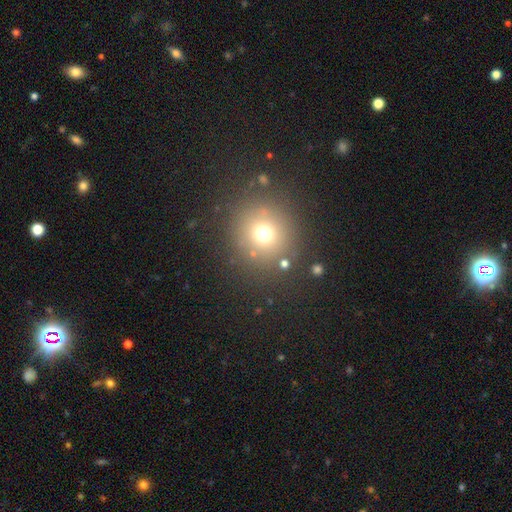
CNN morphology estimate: Smooth or featured? Predicted: smooth (p=0.62). How rounded? Predicted: round (p=0.92). Merging? Predicted: none (p=0.86).